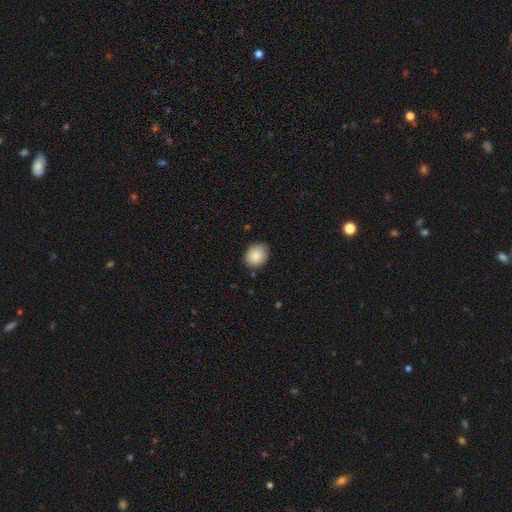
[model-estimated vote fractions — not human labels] This appears to be a smooth galaxy with no disk features (87%) that is round (67%). Merging: none (81%).